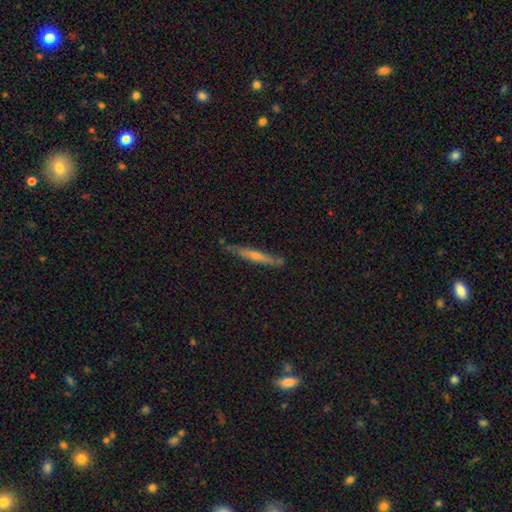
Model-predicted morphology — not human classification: A featured or disk galaxy (55%) viewed edge-on (94%) with a rounded central bulge (58%).

Vote fractions:
- Smooth or featured? featured or disk: 55% / smooth: 38% / star or artifact: 6%
- Edge-on disk? yes: 94% / no: 6%
- Edge-on bulge? rounded: 58% / none: 35% / boxy: 7%
- Merging? none: 80% / minor disturbance: 16% / major disturbance: 2% / merger: 2%